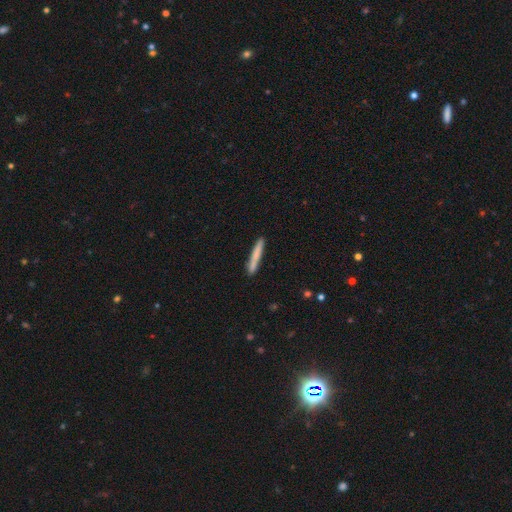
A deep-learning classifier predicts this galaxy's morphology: type=smooth (74%); roundness=cigar-shaped (96%); merging=none (87%).